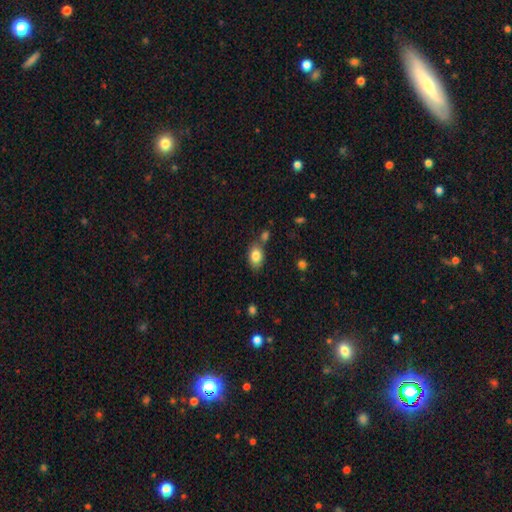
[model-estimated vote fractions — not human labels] Smooth or featured? smooth (83%)
How rounded? in between (85%)
Merging? none (65%)